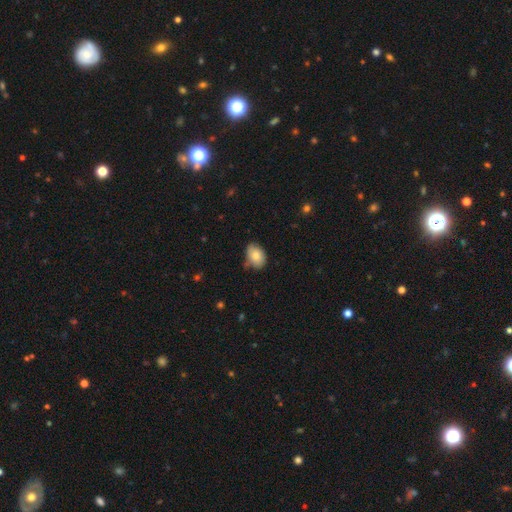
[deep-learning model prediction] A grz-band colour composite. It shows a smooth galaxy with no disk features (80%) that is in between round and cigar-shaped (79%). Merging: none (68%).